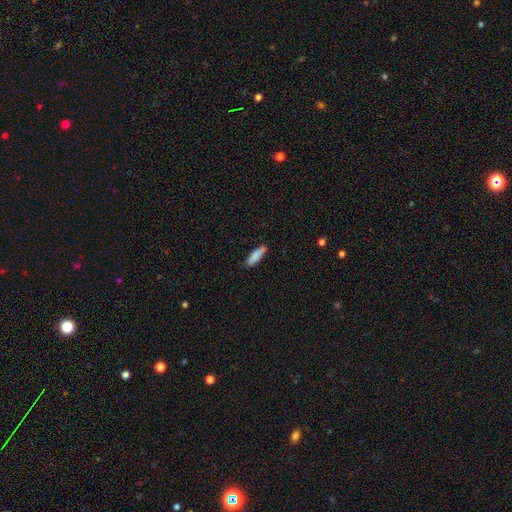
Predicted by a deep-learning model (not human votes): Overall: smooth (86%). How rounded: cigar-shaped (56%; in between 43%). Merging: none (80%).